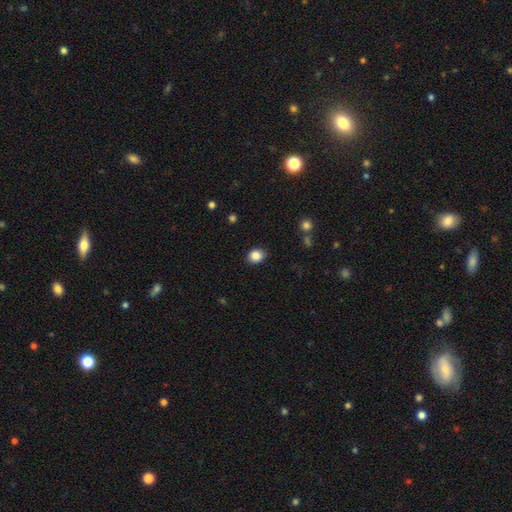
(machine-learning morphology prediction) smooth 87%, star or artifact 9%, featured or disk 4%. Down the decision tree: how rounded — round (53%); merging — none (87%).